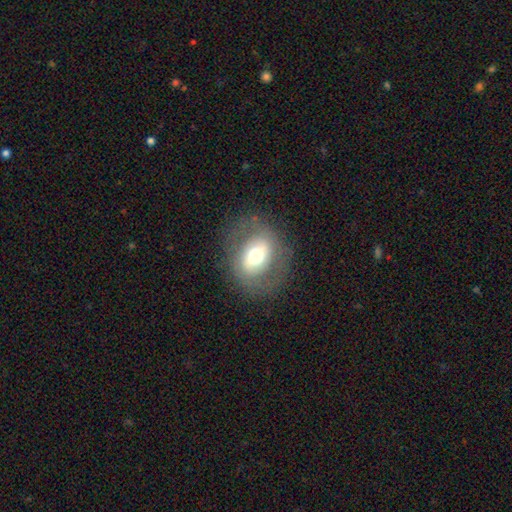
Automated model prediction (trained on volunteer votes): The model was most divided on "smooth or featured": smooth: 47%, featured or disk: 44%, star or artifact: 9%. More confident: merging — none (76%).